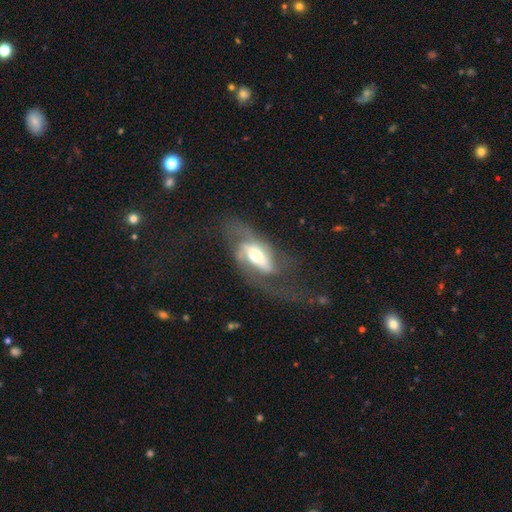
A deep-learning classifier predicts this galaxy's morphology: A featured or disk galaxy (70%) with no bar (42%), 2 (54%) loose (42%) spiral arms (81%) and a moderate central bulge (61%). Merging: major disturbance (45%).